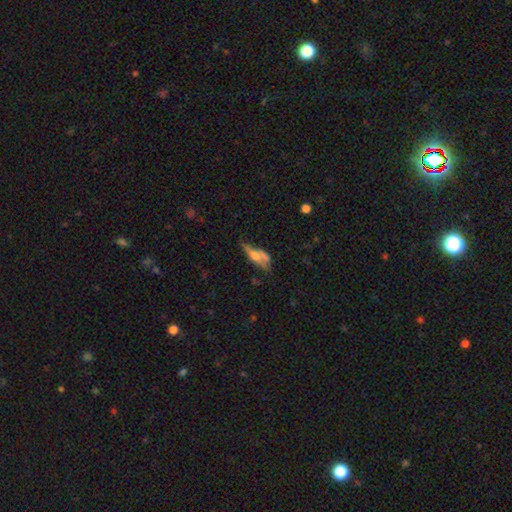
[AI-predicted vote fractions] smooth 45%, featured or disk 44%, star or artifact 11%. Down the decision tree: merging — none (31%).